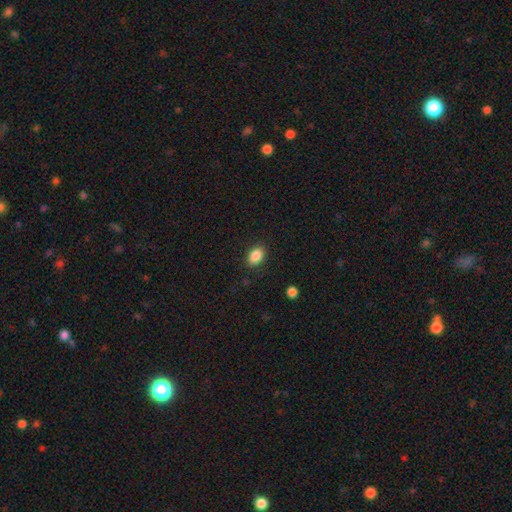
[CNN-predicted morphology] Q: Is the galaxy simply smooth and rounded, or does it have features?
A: smooth — 87%.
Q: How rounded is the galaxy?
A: in between — 84%.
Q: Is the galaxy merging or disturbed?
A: none — 87%.